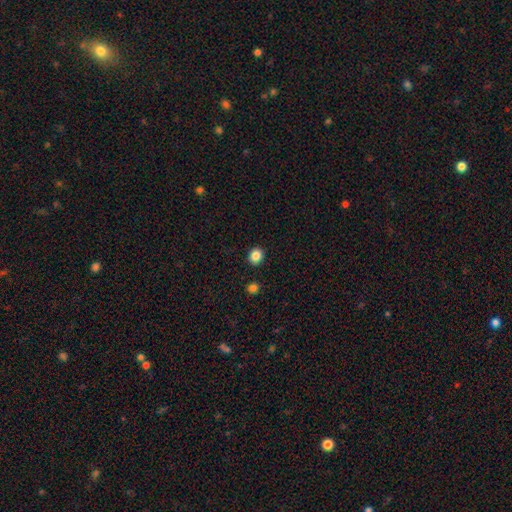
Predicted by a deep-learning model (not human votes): smooth-or-featured: smooth: 85% | star or artifact: 10% | featured or disk: 4%
  how-rounded: round: 70% | in between: 29% | cigar-shaped: 1%
  merging: none: 90% | minor disturbance: 6% | merger: 2% | major disturbance: 2%